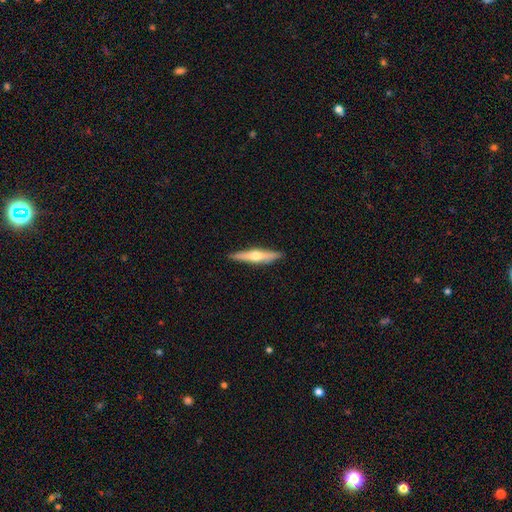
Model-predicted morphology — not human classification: This is possibly a featured or disk galaxy (52%). It is clearly viewed edge-on (93%). Merging: clearly none (90%).